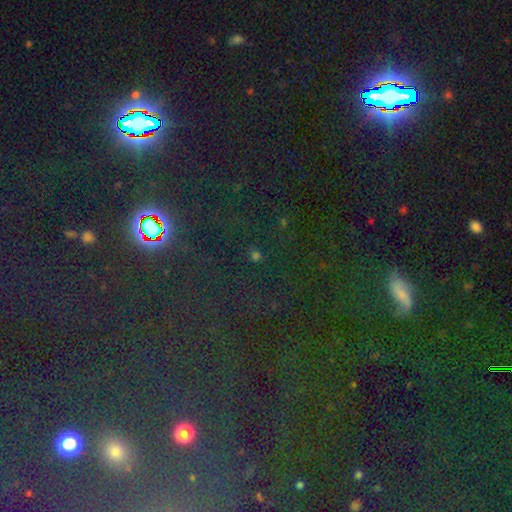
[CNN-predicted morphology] star or artifact 73%, smooth 19%, featured or disk 8%.